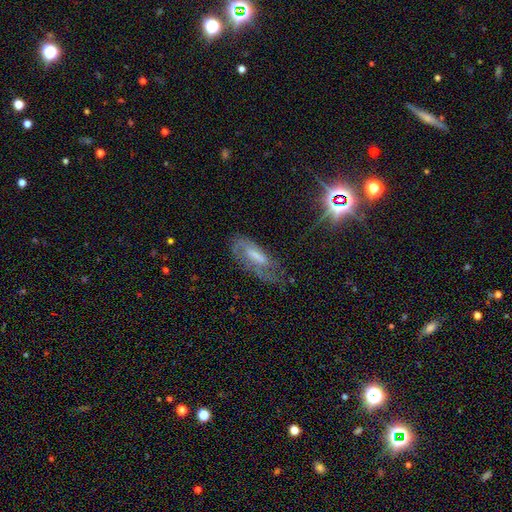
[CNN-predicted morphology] smooth-or-featured: featured or disk: 62% | smooth: 21% | star or artifact: 17%
  disk-edge-on: no: 86% | yes: 14%
    bar: weak: 44% | no: 29% | strong: 26%
    has-spiral-arms: yes: 82% | no: 18%
    bulge-size: moderate: 37% | small: 30% | none: 23% | large: 8% | dominant: 2%
  merging: none: 54% | minor disturbance: 25% | major disturbance: 18% | merger: 2%